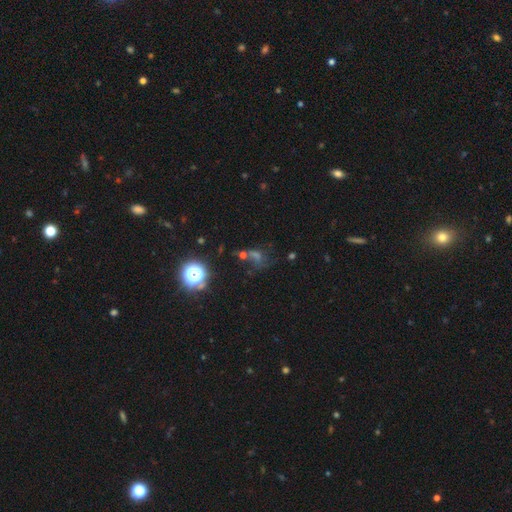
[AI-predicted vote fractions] Smooth or featured? star or artifact (48%)